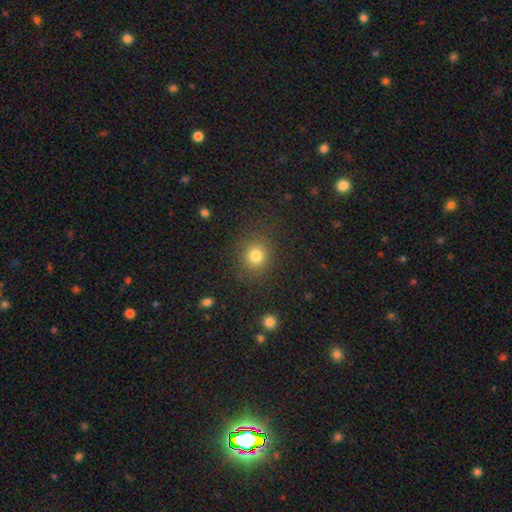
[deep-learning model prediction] Smooth or featured? Predicted: smooth (p=0.80). How rounded? Predicted: round (p=0.83). Merging? Predicted: none (p=0.86).